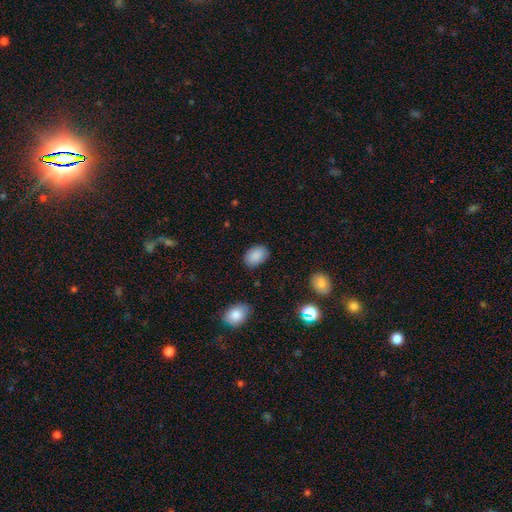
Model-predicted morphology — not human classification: Smooth or featured? Predicted: smooth (p=0.88). How rounded? Predicted: in between (p=0.86). Merging? Predicted: none (p=0.84).